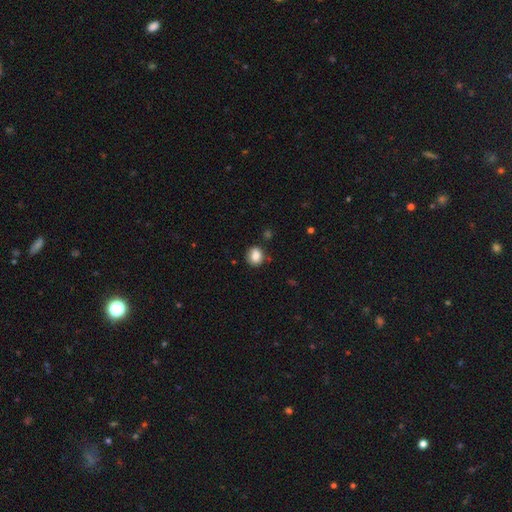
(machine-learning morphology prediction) A smooth galaxy with no disk features (83%) that is round (66%).

Vote fractions:
- Smooth or featured? smooth: 83% / star or artifact: 9% / featured or disk: 7%
- How rounded? round: 66% / in between: 33% / cigar-shaped: 1%
- Merging? none: 77% / minor disturbance: 16% / major disturbance: 4% / merger: 3%